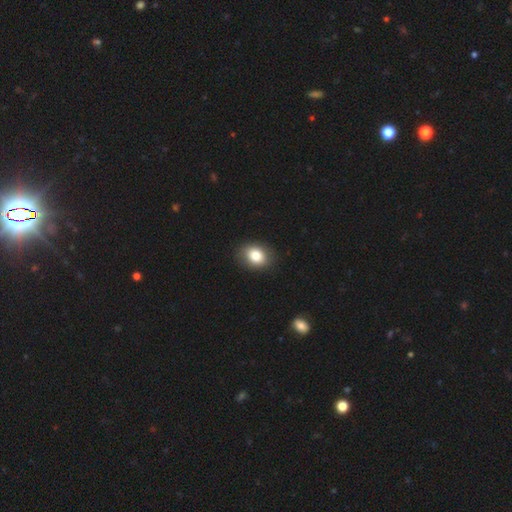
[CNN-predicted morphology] Smooth or featured? smooth (82%)
How rounded? in between (60%)
Merging? none (87%)